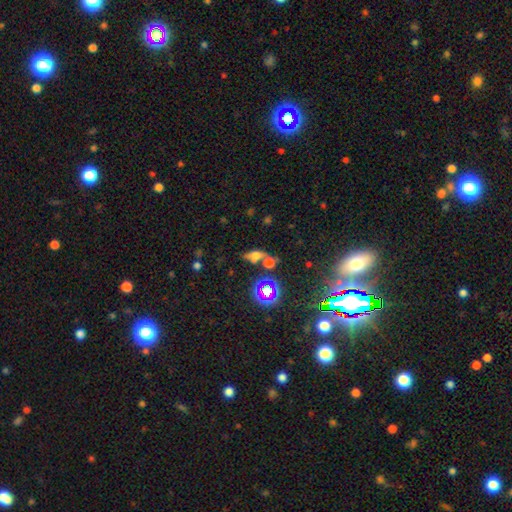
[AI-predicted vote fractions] Smooth or featured: smooth — 51% (star or artifact — 28%)
How rounded: in between — 63% (round — 19%)
Merging: none — 51% (merger — 24%)